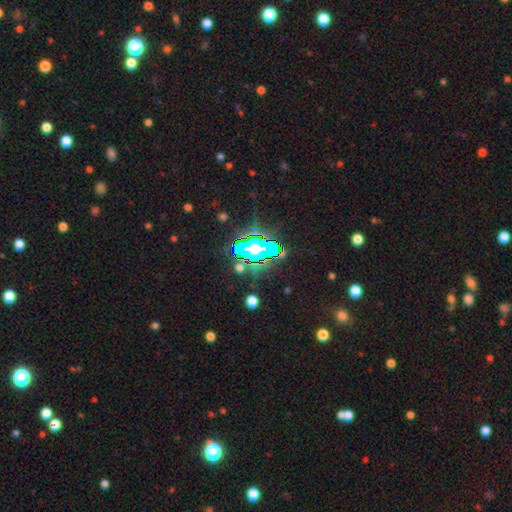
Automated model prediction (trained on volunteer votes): Smooth or featured? Predicted: star or artifact (p=0.76).